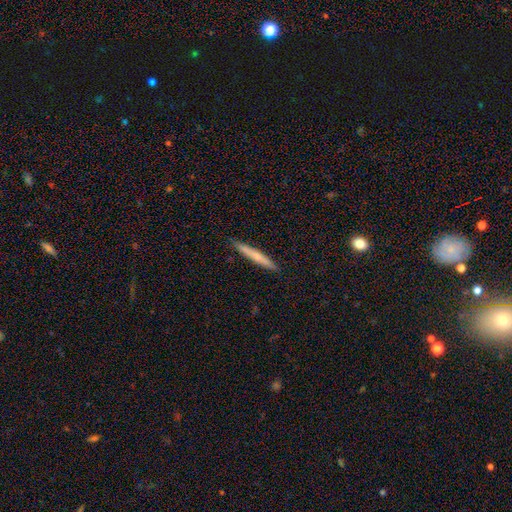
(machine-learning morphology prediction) smooth_or_featured: smooth (p=0.60) [alt: featured or disk p=0.34]
how_rounded: cigar-shaped (p=0.96) [alt: in between p=0.03]
merging: none (p=0.91) [alt: minor disturbance p=0.06]